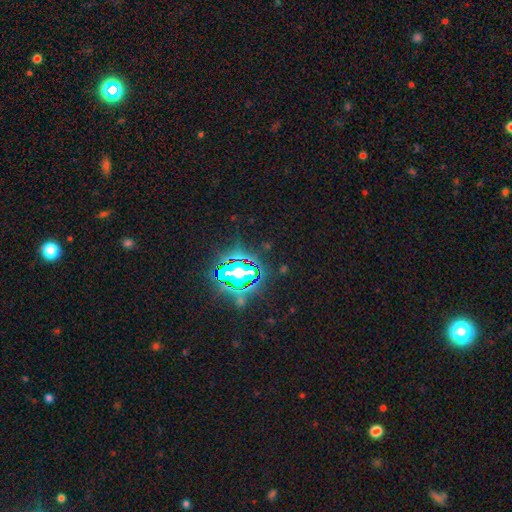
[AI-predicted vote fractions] This is likely a star or artifact rather than a galaxy (73%).